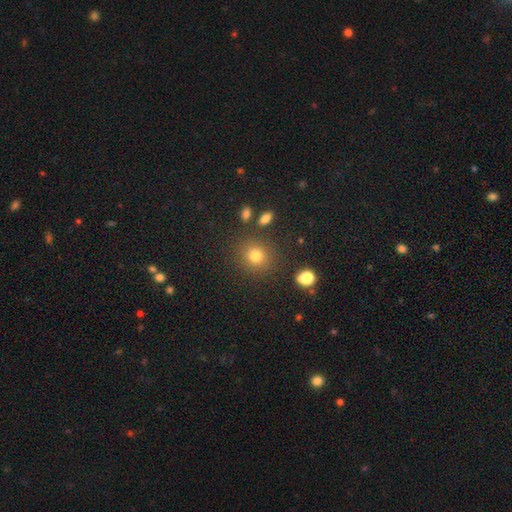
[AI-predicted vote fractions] Q: Smooth or featured?
A: smooth (77%); runner-up: star or artifact (15%)
Q: How rounded?
A: round (85%); runner-up: in between (14%)
Q: Merging?
A: none (84%); runner-up: minor disturbance (8%)